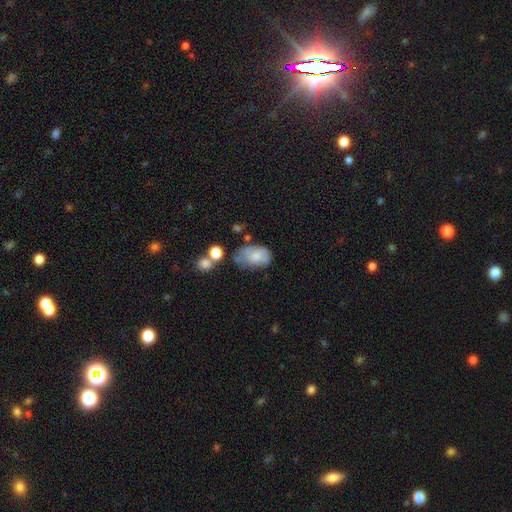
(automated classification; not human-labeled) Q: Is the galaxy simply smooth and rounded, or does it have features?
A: smooth — 67%.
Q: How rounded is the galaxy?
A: in between — 85%.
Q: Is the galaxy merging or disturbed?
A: none — 42%.